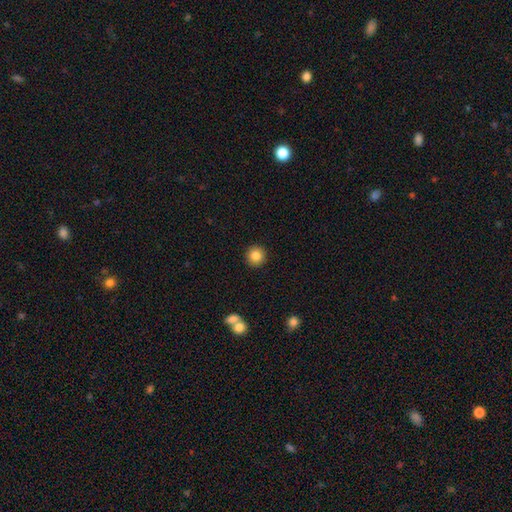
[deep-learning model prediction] This appears to be a smooth galaxy with no disk features (85%) that is round (94%). Merging: none (92%).